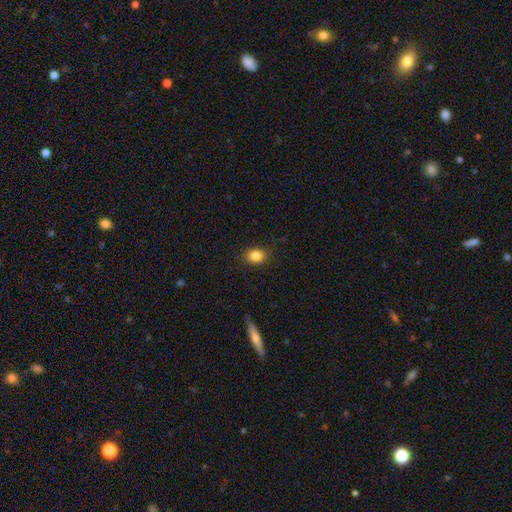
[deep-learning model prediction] smooth-or-featured: smooth: 85% | star or artifact: 10% | featured or disk: 5%
  how-rounded: in between: 56% | round: 43% | cigar-shaped: 1%
  merging: none: 86% | minor disturbance: 10% | major disturbance: 3% | merger: 1%